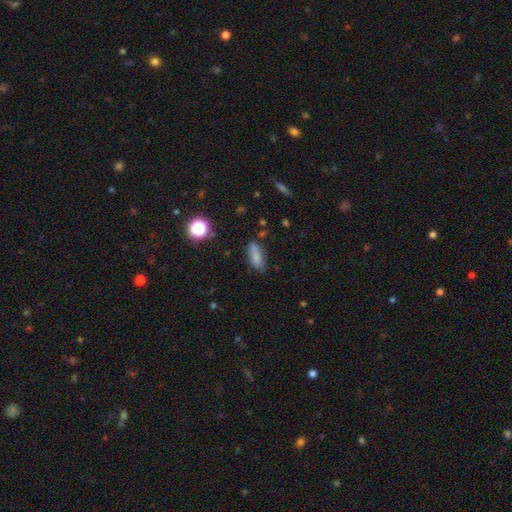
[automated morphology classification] Smooth or featured? Predicted: smooth (p=0.78). How rounded? Predicted: in between (p=0.69). Merging? Predicted: none (p=0.69).